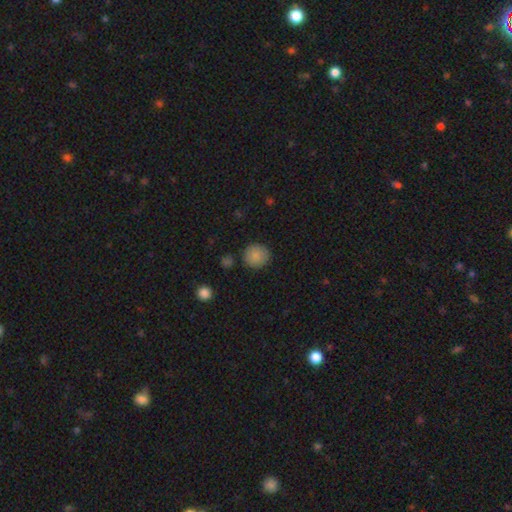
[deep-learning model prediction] A smooth galaxy with no disk features (86%) that is round (91%).

Vote fractions:
- Smooth or featured? smooth: 86% / star or artifact: 8% / featured or disk: 5%
- How rounded? round: 91% / in between: 8% / cigar-shaped: 1%
- Merging? none: 86% / minor disturbance: 9% / merger: 3% / major disturbance: 2%